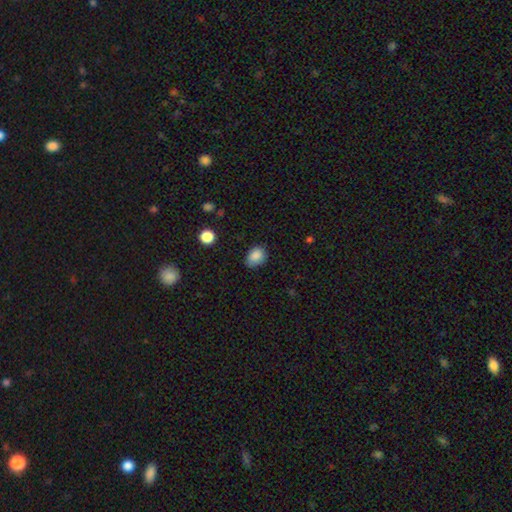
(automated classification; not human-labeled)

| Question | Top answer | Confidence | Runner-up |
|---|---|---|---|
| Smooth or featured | smooth | 86% | star or artifact (9%) |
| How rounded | in between | 66% | round (33%) |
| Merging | none | 70% | minor disturbance (24%) |